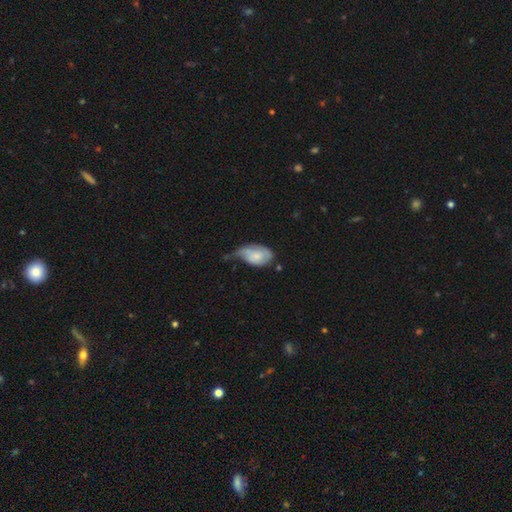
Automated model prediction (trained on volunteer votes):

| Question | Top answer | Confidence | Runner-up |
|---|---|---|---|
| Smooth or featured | smooth | 55% | featured or disk (39%) |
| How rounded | in between | 89% | round (9%) |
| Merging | minor disturbance | 39% | major disturbance (33%) |